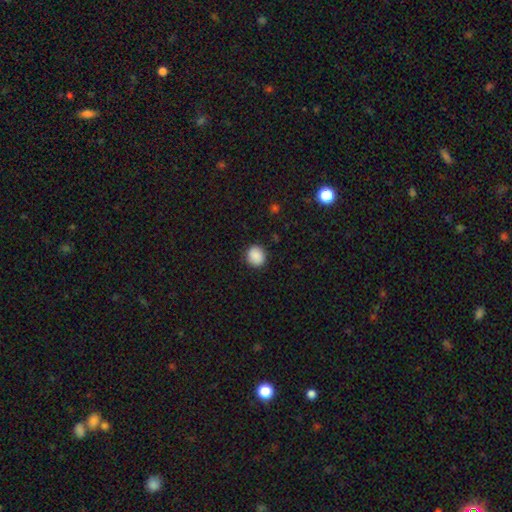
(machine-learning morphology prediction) This appears to be a smooth galaxy with no disk features (89%) that is round (79%). Merging: none (88%).